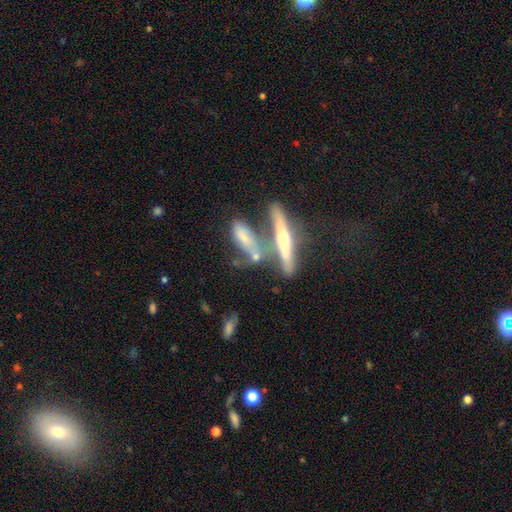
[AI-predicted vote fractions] A featured or disk galaxy (52%) viewed edge-on (76%). Merging: merger (42%).